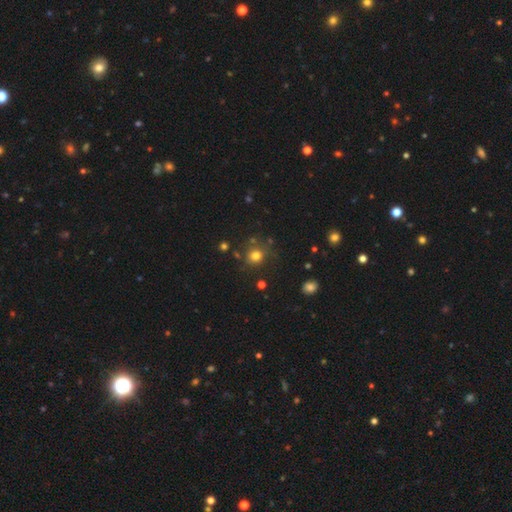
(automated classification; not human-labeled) Smooth or featured? Predicted: smooth (p=0.77). How rounded? Predicted: round (p=0.85). Merging? Predicted: none (p=0.76).